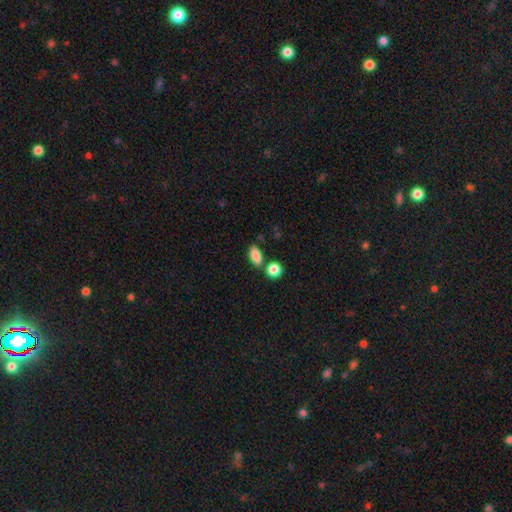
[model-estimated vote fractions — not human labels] Overall: smooth (83%). How rounded: in between (85%). Merging: none (71%).